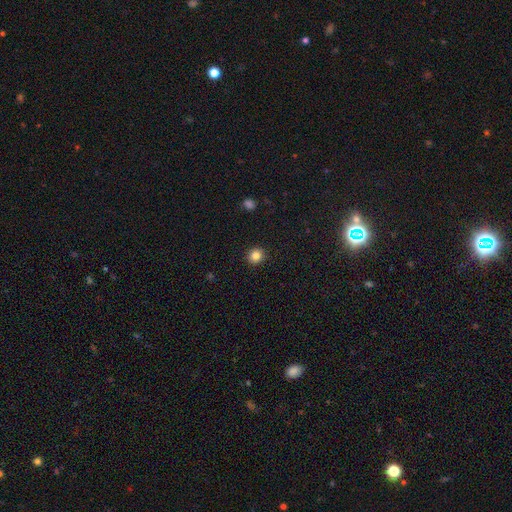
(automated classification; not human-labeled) This appears to be a smooth galaxy with no disk features (84%) that is round (90%). Merging: none (92%).